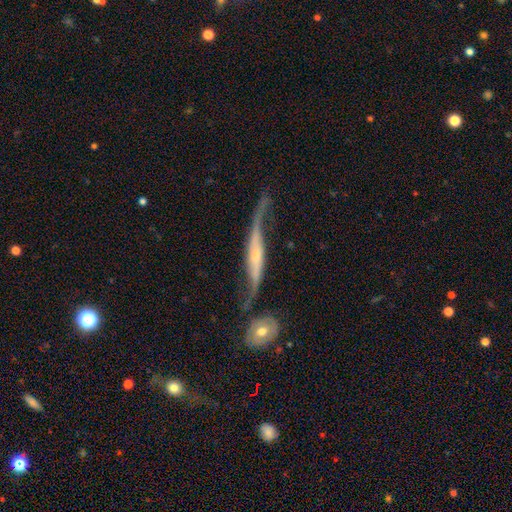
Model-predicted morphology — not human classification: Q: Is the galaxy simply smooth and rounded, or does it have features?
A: featured or disk — 82%.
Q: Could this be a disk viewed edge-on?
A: no — 55%.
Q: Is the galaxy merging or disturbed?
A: none — 43%.